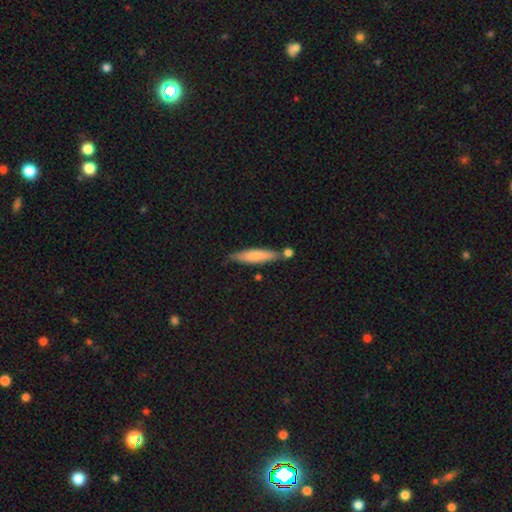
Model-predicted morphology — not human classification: This appears to be a smooth galaxy with no disk features (72%) that is cigar-shaped (83%). Merging: none (68%).